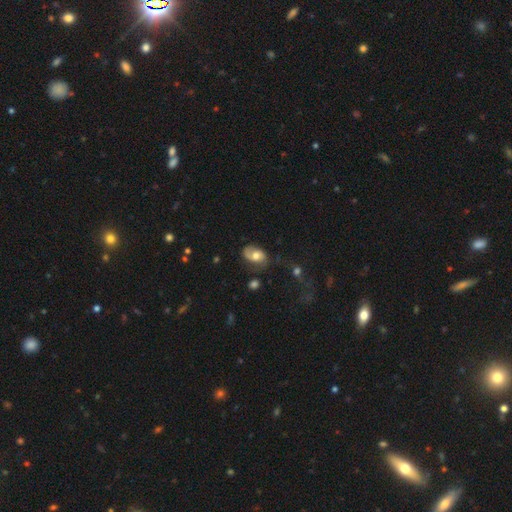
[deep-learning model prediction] This is possibly a smooth galaxy (46%, tied with featured or disk). Merging: possibly none (52%).